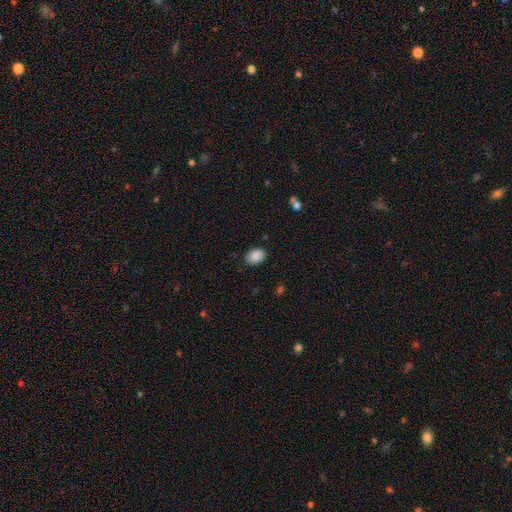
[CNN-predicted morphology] Smooth or featured?
  - smooth: 89% *
  - star or artifact: 8%
  - featured or disk: 3%
How rounded?
  - in between: 75% *
  - round: 24%
  - cigar-shaped: 1%
Merging?
  - none: 85% *
  - minor disturbance: 11%
  - major disturbance: 3%
  - merger: 1%